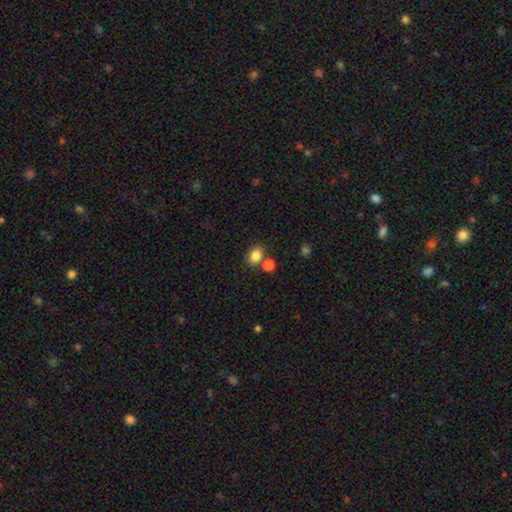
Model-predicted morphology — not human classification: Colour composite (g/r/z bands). It shows a smooth galaxy with no disk features (84%) that is in between round and cigar-shaped (57%). Merging: none (67%).